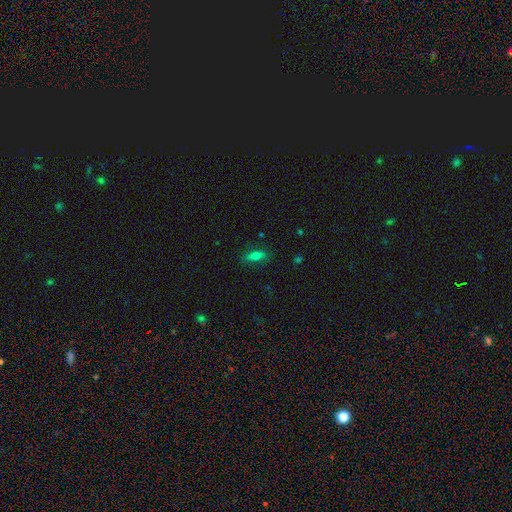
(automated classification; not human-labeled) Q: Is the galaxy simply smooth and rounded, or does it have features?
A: smooth — 66%.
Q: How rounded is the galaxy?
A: in between — 58%.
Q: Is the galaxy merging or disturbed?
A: none — 81%.